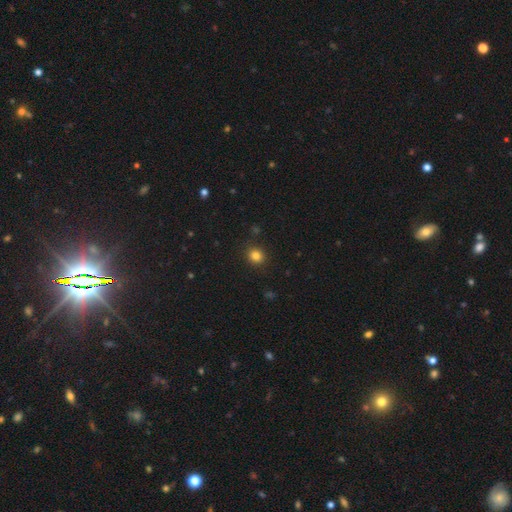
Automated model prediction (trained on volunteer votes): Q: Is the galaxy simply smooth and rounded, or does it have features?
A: smooth — 83%.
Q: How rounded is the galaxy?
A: round — 81%.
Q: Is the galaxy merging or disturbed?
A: none — 89%.